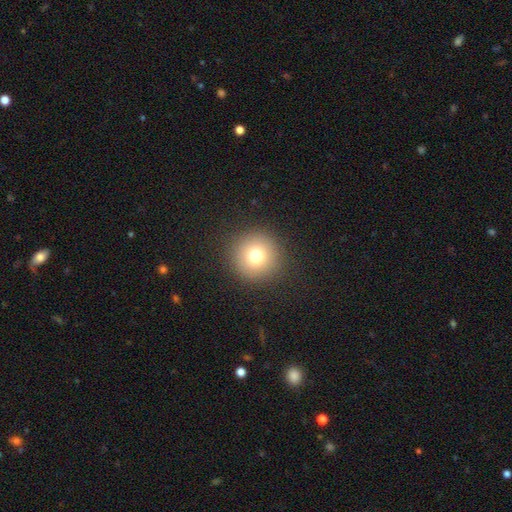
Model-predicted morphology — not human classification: Smooth or featured? Predicted: smooth (p=0.77). How rounded? Predicted: round (p=0.96). Merging? Predicted: none (p=0.91).